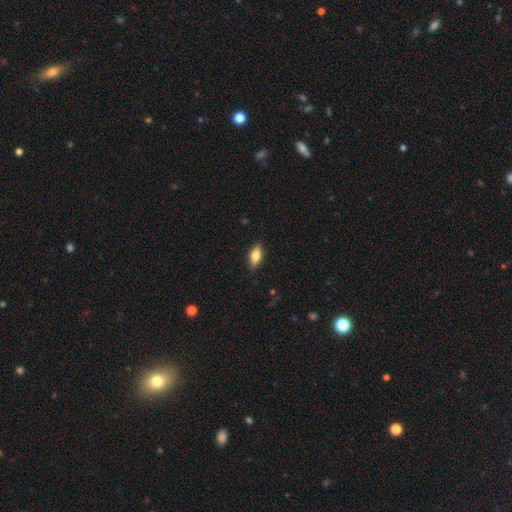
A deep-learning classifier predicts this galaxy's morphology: Q: Smooth or featured?
A: smooth (65%); runner-up: featured or disk (27%)
Q: How rounded?
A: in between (78%); runner-up: cigar-shaped (18%)
Q: Merging?
A: none (87%); runner-up: minor disturbance (10%)